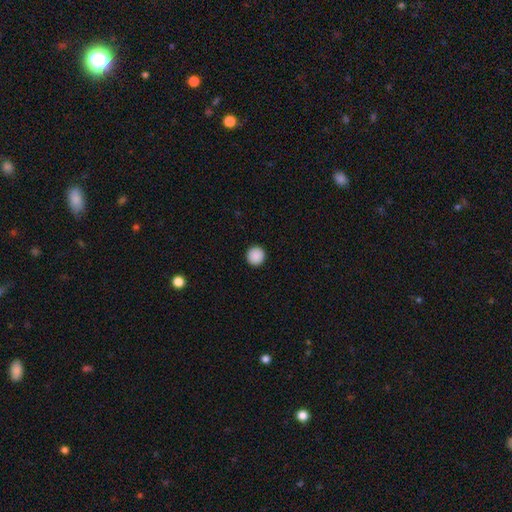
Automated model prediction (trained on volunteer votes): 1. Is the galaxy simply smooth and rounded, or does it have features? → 89% smooth, 8% star or artifact, 2% featured or disk.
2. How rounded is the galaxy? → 96% round, 3% in between, 1% cigar-shaped.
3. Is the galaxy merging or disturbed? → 94% none, 4% minor disturbance, 1% major disturbance, 1% merger.